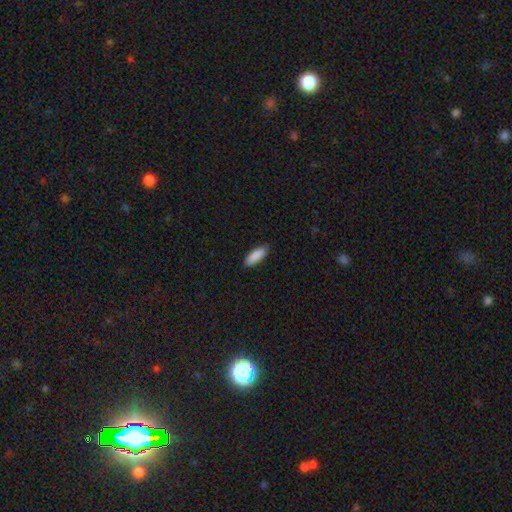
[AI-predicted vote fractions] Smooth or featured: smooth — 90% (star or artifact — 6%)
How rounded: in between — 62% (cigar-shaped — 36%)
Merging: none — 88% (minor disturbance — 10%)